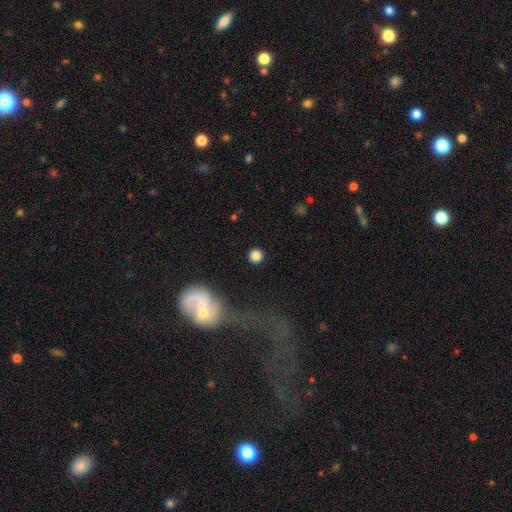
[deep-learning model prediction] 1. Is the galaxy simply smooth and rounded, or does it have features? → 84% smooth, 11% star or artifact, 6% featured or disk.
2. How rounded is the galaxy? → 94% round, 5% in between, 1% cigar-shaped.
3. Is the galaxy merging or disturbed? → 91% none, 5% minor disturbance, 2% major disturbance, 2% merger.